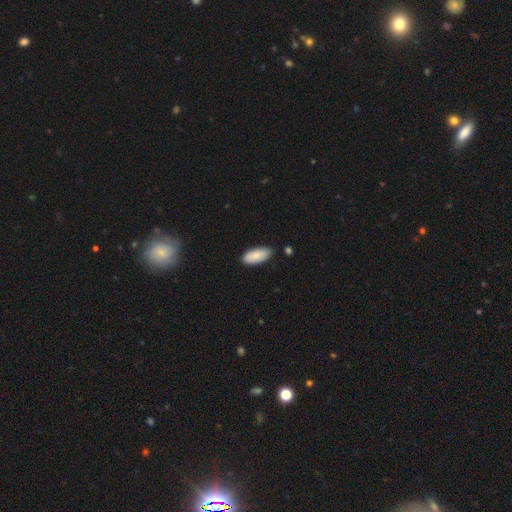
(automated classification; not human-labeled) A smooth galaxy with no disk features (83%) that is in between round and cigar-shaped (88%). Merging: none (81%).